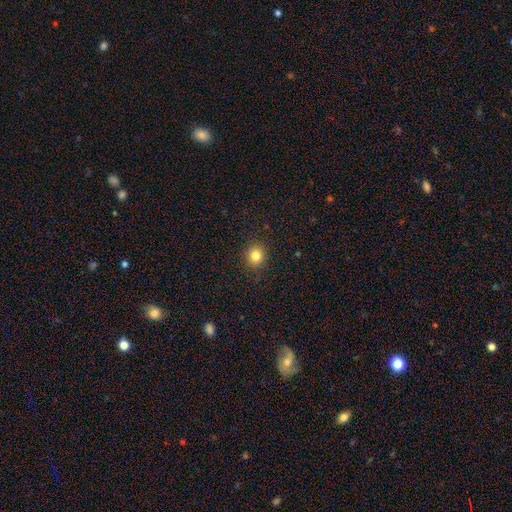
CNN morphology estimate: type=smooth (82%); roundness=round (77%); merging=none (89%).